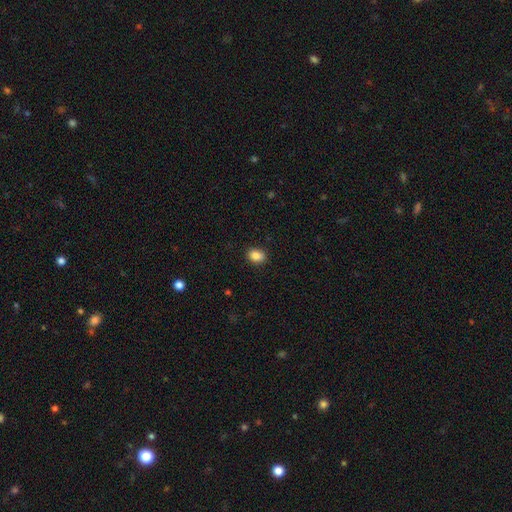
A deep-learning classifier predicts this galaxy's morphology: type=smooth (86%); roundness=in between (68%); merging=none (88%).